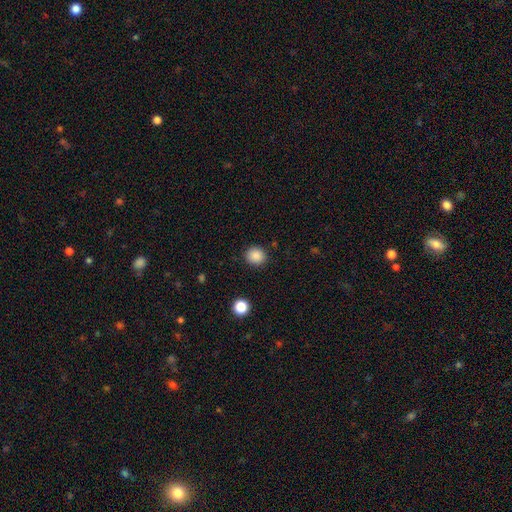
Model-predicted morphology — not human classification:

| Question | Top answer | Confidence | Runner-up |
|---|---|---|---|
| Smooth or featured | smooth | 87% | star or artifact (10%) |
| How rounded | round | 87% | in between (12%) |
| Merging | none | 89% | minor disturbance (7%) |